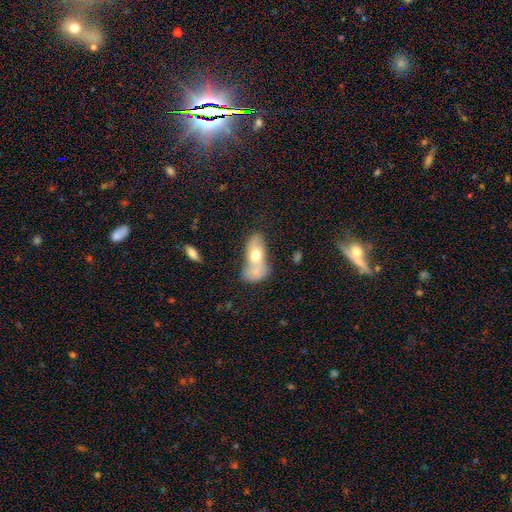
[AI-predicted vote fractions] smooth-or-featured: smooth: 58% | featured or disk: 33% | star or artifact: 9%
  how-rounded: in between: 86% | round: 8% | cigar-shaped: 6%
  merging: merger: 54% | none: 25% | minor disturbance: 13% | major disturbance: 9%